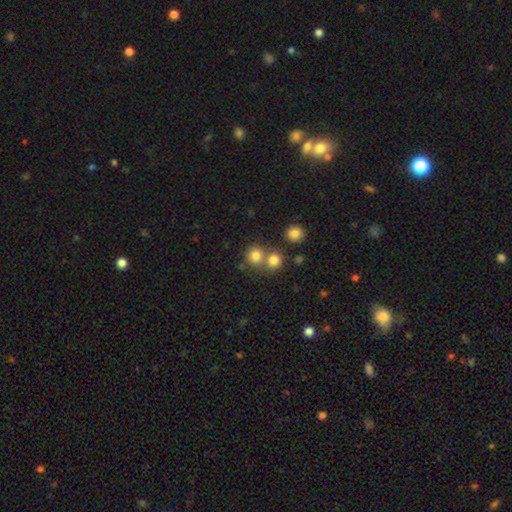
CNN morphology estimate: The model was most divided on "merging": none: 57%, merger: 34%, minor disturbance: 7%, major disturbance: 3%. More confident: how rounded — round (88%); smooth or featured — smooth (78%).